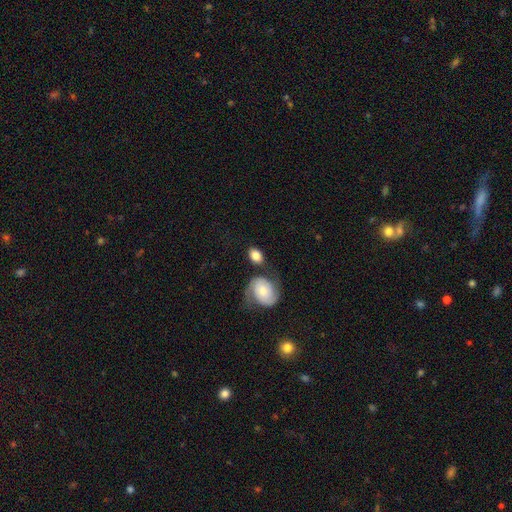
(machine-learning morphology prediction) The model was most divided on "merging": none: 56%, merger: 20%, minor disturbance: 17%, major disturbance: 8%. More confident: how rounded — in between (76%); smooth or featured — smooth (71%).